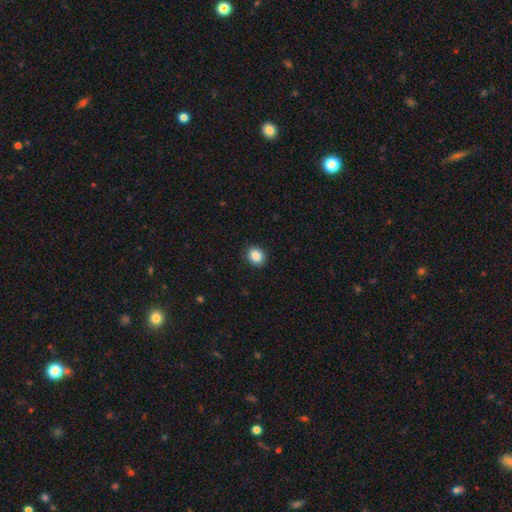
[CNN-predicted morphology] This appears to be a smooth galaxy with no disk features (87%) that is round (75%). Merging: none (92%).